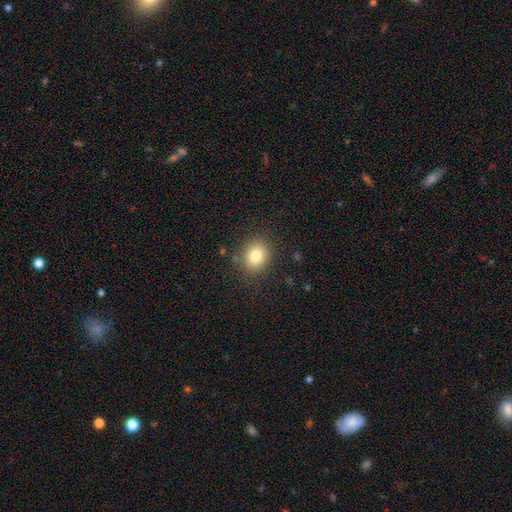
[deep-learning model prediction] A smooth galaxy with no disk features (81%) that is round (69%).

Vote fractions:
- Smooth or featured? smooth: 81% / star or artifact: 11% / featured or disk: 8%
- How rounded? round: 69% / in between: 30% / cigar-shaped: 1%
- Merging? none: 85% / minor disturbance: 10% / major disturbance: 3% / merger: 2%